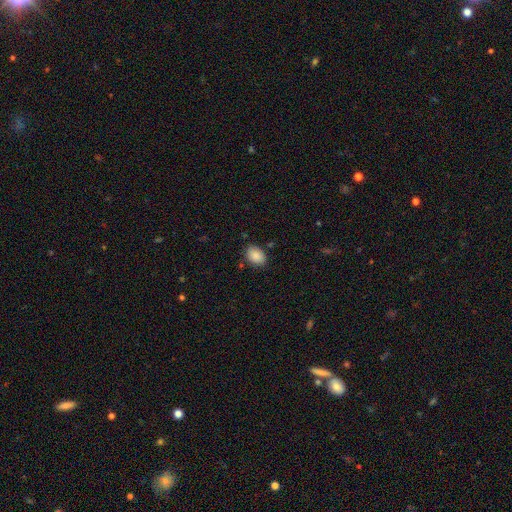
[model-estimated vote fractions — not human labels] Overall: smooth (88%). How rounded: in between (79%). Merging: none (83%).